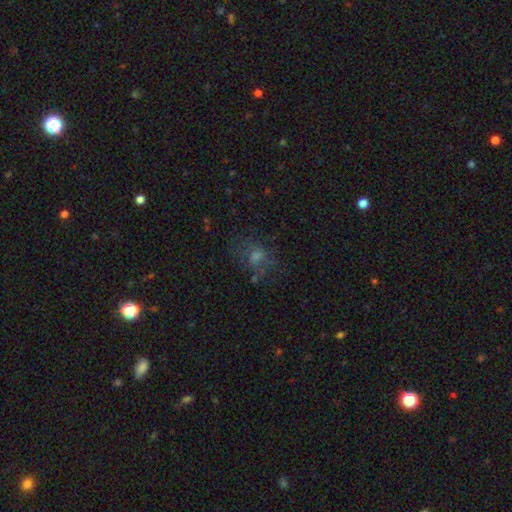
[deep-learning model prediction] Smooth or featured?
  - smooth: 45% *
  - star or artifact: 33%
  - featured or disk: 22%
Merging?
  - none: 66% *
  - minor disturbance: 18%
  - major disturbance: 12%
  - merger: 4%